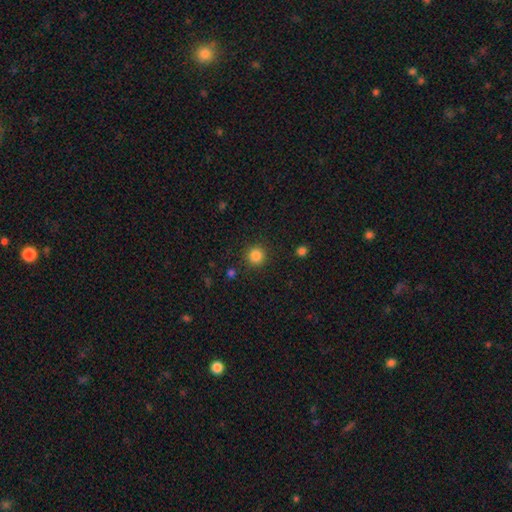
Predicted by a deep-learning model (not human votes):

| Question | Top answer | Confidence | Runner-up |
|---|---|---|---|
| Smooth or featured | smooth | 84% | star or artifact (12%) |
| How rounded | round | 94% | in between (5%) |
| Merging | none | 90% | minor disturbance (6%) |